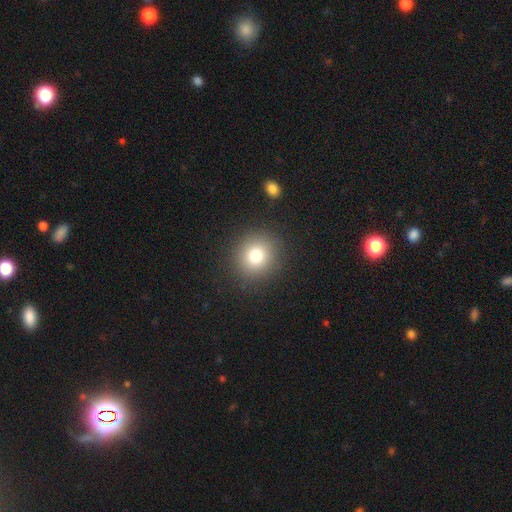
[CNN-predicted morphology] Smooth or featured? smooth (77%)
How rounded? round (88%)
Merging? none (90%)